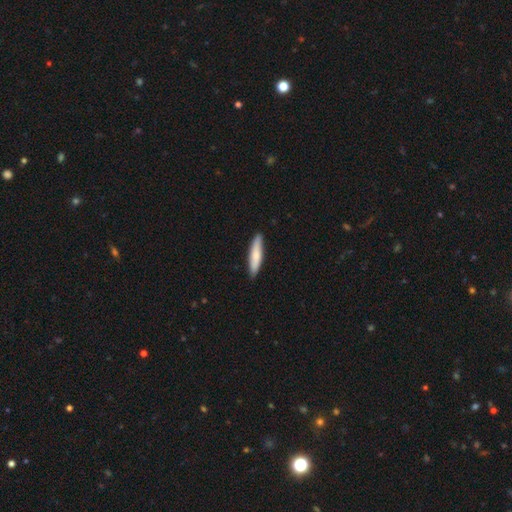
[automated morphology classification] The model was most divided on "smooth or featured": smooth: 75%, featured or disk: 20%, star or artifact: 5%. More confident: merging — none (89%); how rounded — cigar-shaped (84%).